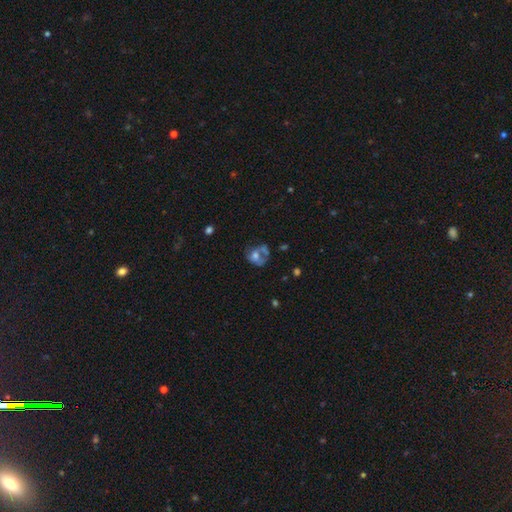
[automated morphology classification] smooth-or-featured: smooth: 49% | featured or disk: 40% | star or artifact: 11%
  merging: merger: 38% | none: 25% | major disturbance: 20% | minor disturbance: 16%